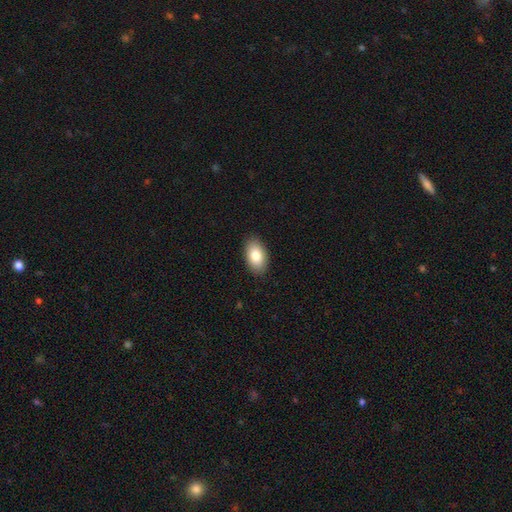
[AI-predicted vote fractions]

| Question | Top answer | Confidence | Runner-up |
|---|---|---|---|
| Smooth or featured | smooth | 85% | featured or disk (8%) |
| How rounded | in between | 94% | round (5%) |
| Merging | none | 89% | minor disturbance (8%) |